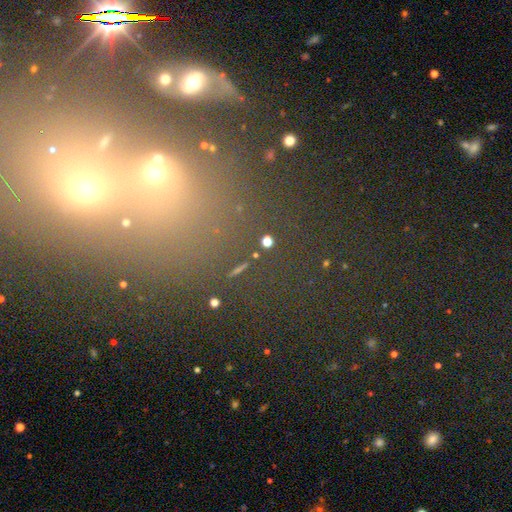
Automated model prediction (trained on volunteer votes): Smooth or featured?
  - star or artifact: 60% *
  - smooth: 26%
  - featured or disk: 13%